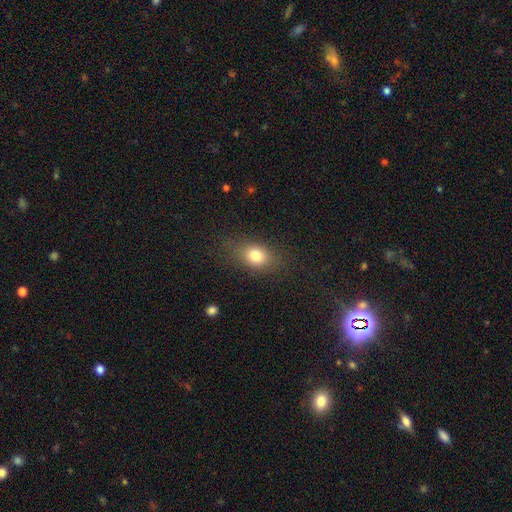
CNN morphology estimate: Smooth or featured: smooth — 79% (star or artifact — 11%)
How rounded: in between — 65% (round — 32%)
Merging: none — 80% (minor disturbance — 13%)